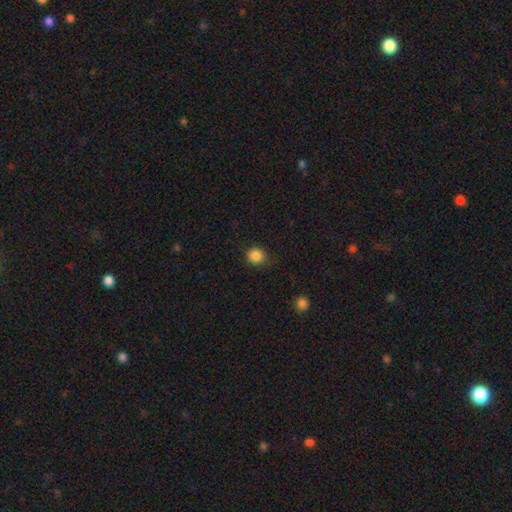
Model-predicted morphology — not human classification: This appears to be a smooth galaxy with no disk features (86%) that is round (84%). Merging: none (84%).